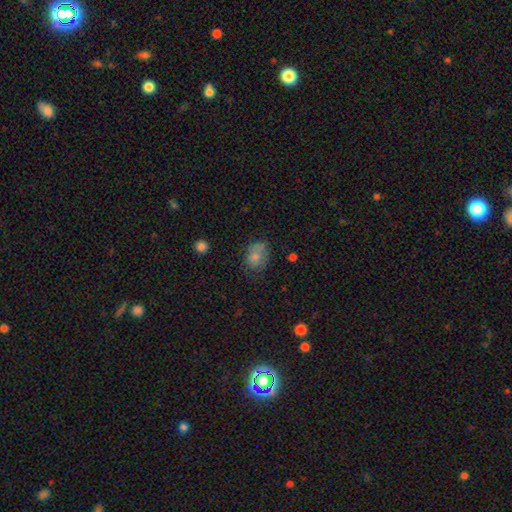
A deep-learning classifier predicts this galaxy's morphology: Smooth or featured?
  - smooth: 72% *
  - featured or disk: 17%
  - star or artifact: 11%
How rounded?
  - in between: 58% *
  - round: 41%
  - cigar-shaped: 1%
Merging?
  - none: 47% *
  - minor disturbance: 28%
  - major disturbance: 15%
  - merger: 9%